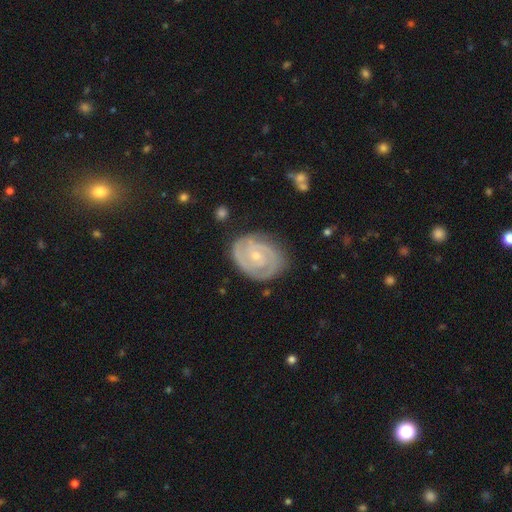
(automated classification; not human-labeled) featured or disk 88%, smooth 8%, star or artifact 4%. Down the decision tree: edge-on disk — no (98%); bar — no (64%); spiral arms — yes (97%); spiral arm count — 2 (69%); spiral winding — tight (72%); bulge size — small (70%); merging — none (80%).